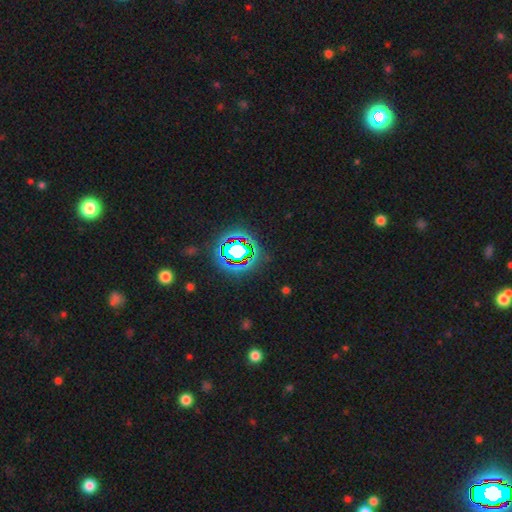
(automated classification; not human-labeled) This appears to be a star or artifact, not a galaxy (79%).